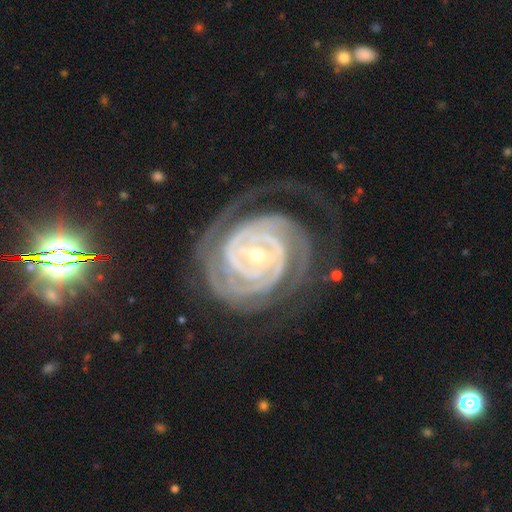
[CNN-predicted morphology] This appears to be a featured or disk galaxy (92%) with a strong bar (39%), 2 (42%) tight (83%) spiral arms (98%) and a small central bulge (71%). Merging: none (66%).